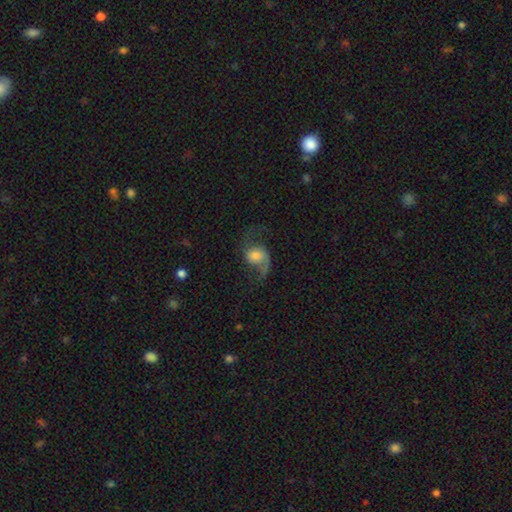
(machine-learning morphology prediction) This appears to be a featured or disk galaxy (74%) with no bar (51%), 2 (86%) loose (70%) spiral arms (94%) and a moderate central bulge (45%). Merging: none (58%).